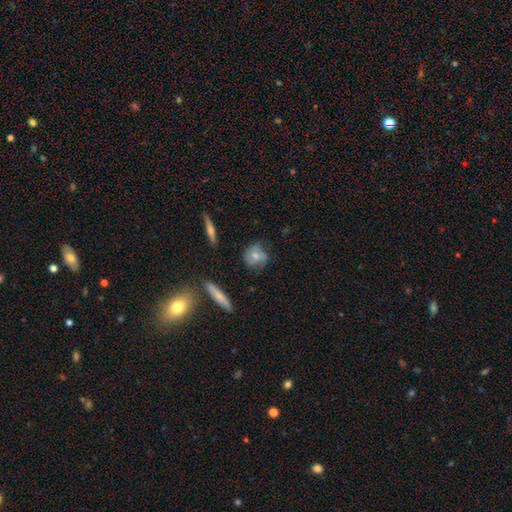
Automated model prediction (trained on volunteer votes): smooth_or_featured: smooth (p=0.54) [alt: featured or disk p=0.37]
how_rounded: round (p=0.65) [alt: in between p=0.30]
merging: none (p=0.65) [alt: minor disturbance p=0.24]